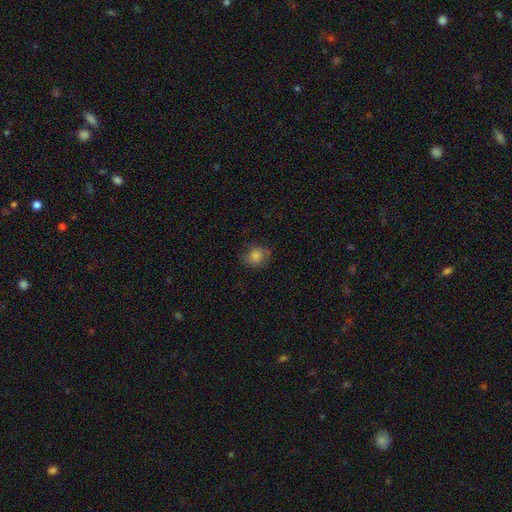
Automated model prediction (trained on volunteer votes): Overall: smooth (81%). How rounded: round (76%). Merging: none (76%).